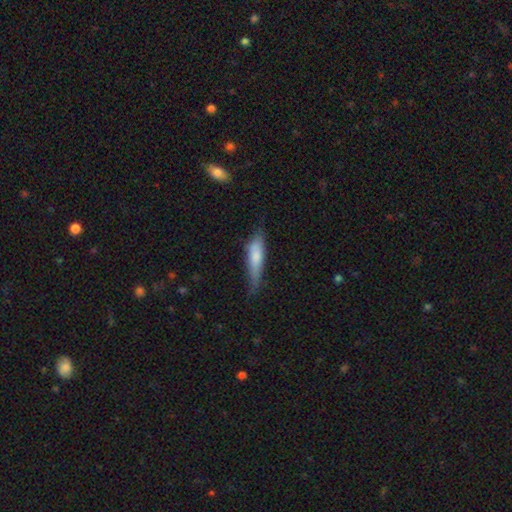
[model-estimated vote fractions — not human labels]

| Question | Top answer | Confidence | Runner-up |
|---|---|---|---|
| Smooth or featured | smooth | 71% | featured or disk (23%) |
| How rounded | cigar-shaped | 69% | in between (29%) |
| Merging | none | 57% | minor disturbance (33%) |